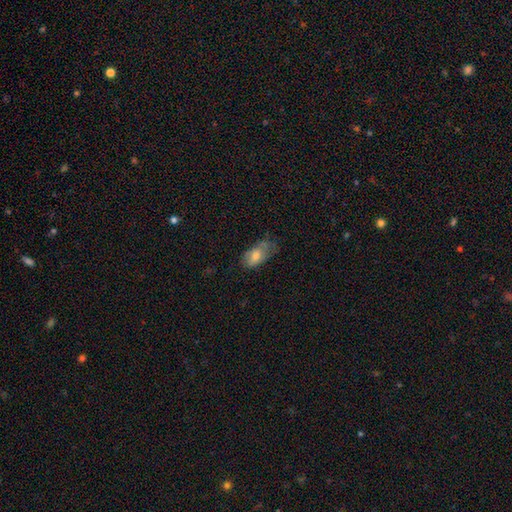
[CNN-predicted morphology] smooth_or_featured: smooth (p=0.67) [alt: featured or disk p=0.25]
how_rounded: in between (p=0.90) [alt: cigar-shaped p=0.06]
merging: none (p=0.47) [alt: minor disturbance p=0.34]